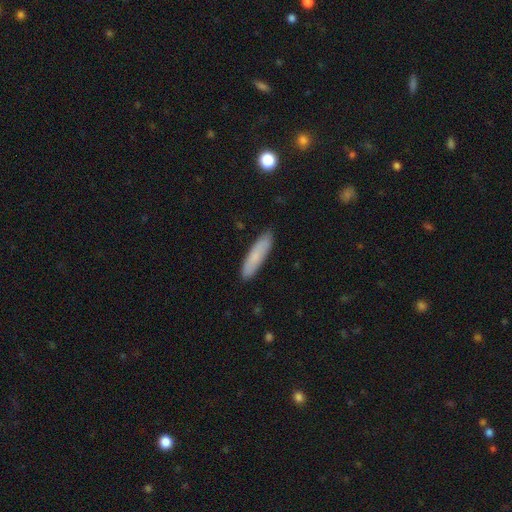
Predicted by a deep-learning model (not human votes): Smooth or featured?
  - smooth: 78% *
  - featured or disk: 15%
  - star or artifact: 6%
How rounded?
  - cigar-shaped: 78% *
  - in between: 20%
  - round: 1%
Merging?
  - none: 87% *
  - minor disturbance: 10%
  - major disturbance: 2%
  - merger: 1%